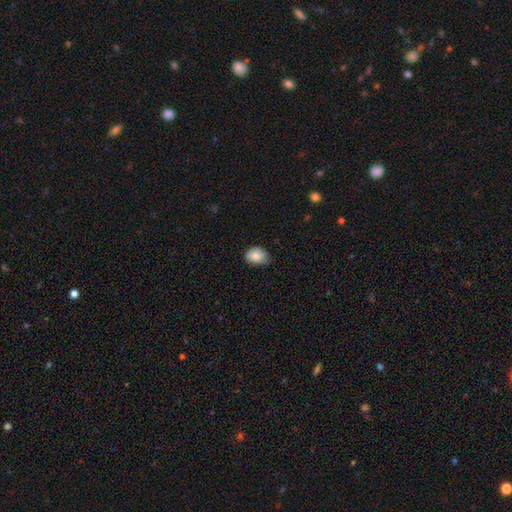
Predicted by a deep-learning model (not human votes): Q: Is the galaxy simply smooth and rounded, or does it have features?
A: smooth — 85%.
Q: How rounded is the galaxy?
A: in between — 63%.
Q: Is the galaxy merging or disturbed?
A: none — 67%.